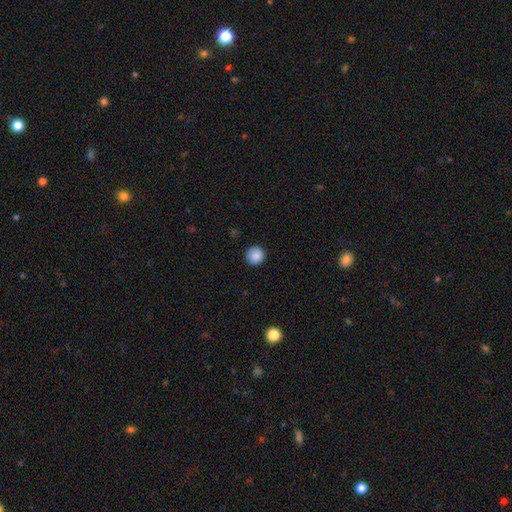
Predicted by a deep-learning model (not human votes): smooth-or-featured: smooth: 88% | star or artifact: 9% | featured or disk: 3%
  how-rounded: round: 94% | in between: 5% | cigar-shaped: 1%
  merging: none: 90% | minor disturbance: 7% | major disturbance: 2% | merger: 1%